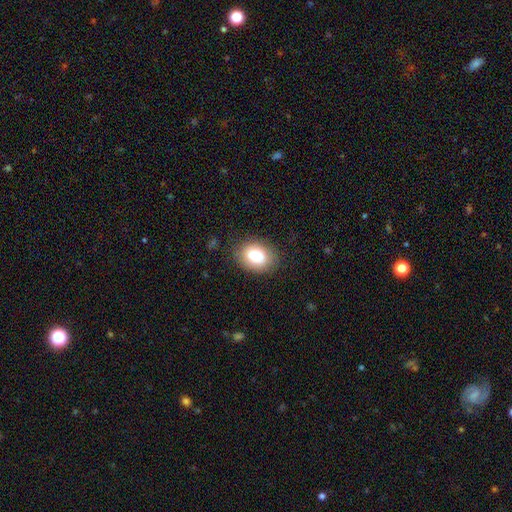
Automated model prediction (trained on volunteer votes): Smooth or featured? Predicted: smooth (p=0.83). How rounded? Predicted: in between (p=0.79). Merging? Predicted: none (p=0.80).